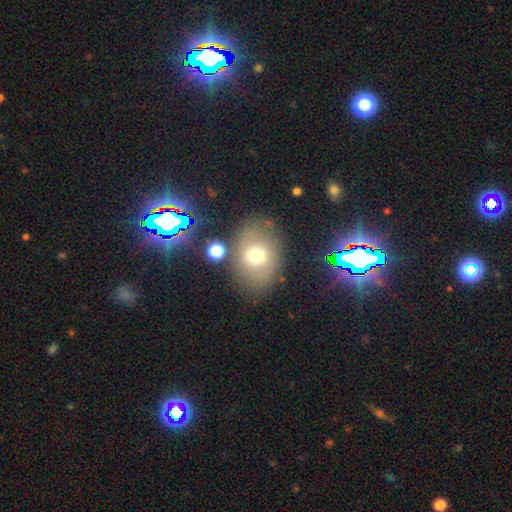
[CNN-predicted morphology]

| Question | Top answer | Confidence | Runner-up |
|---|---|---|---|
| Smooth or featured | smooth | 67% | featured or disk (19%) |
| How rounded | in between | 61% | round (38%) |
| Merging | none | 73% | minor disturbance (14%) |